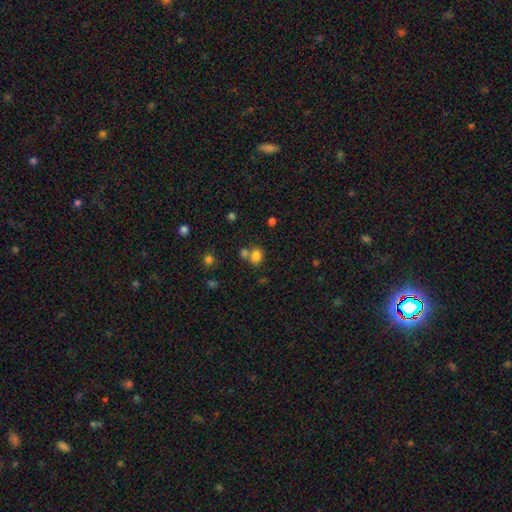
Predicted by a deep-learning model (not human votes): The model was most divided on "merging": none: 53%, merger: 32%, minor disturbance: 11%, major disturbance: 4%. More confident: smooth or featured — smooth (79%); how rounded — round (63%).